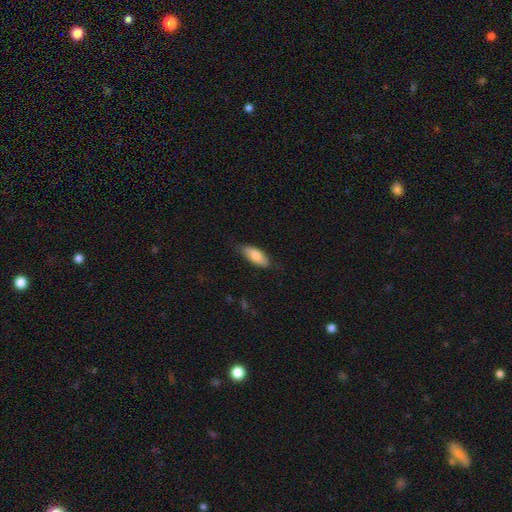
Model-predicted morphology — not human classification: type=smooth (80%); roundness=in between (82%); merging=none (73%).